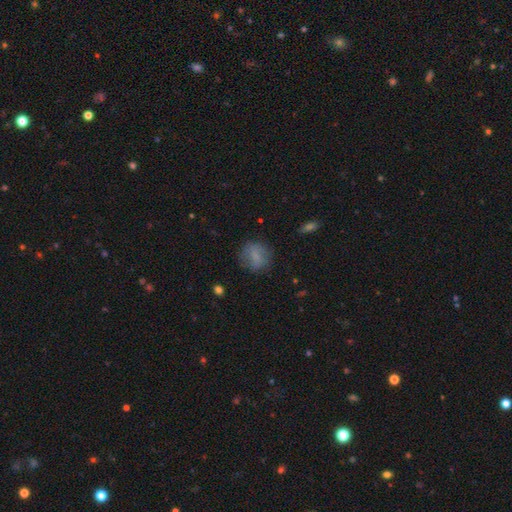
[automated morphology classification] This is likely a smooth galaxy (72%). How rounded: likely round (72%). Merging: likely none (74%).